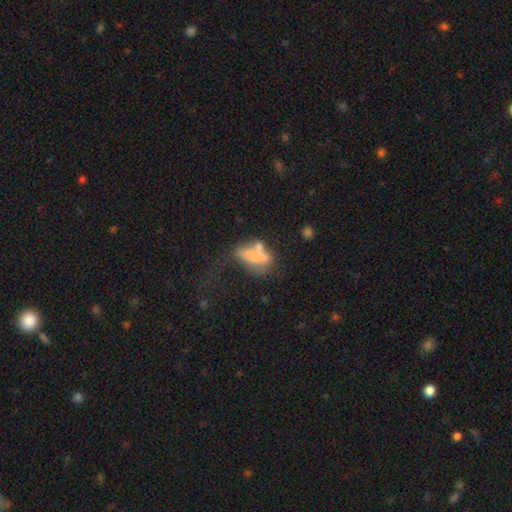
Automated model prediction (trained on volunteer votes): Smooth or featured? smooth (54%)
How rounded? in between (70%)
Merging? merger (35%)